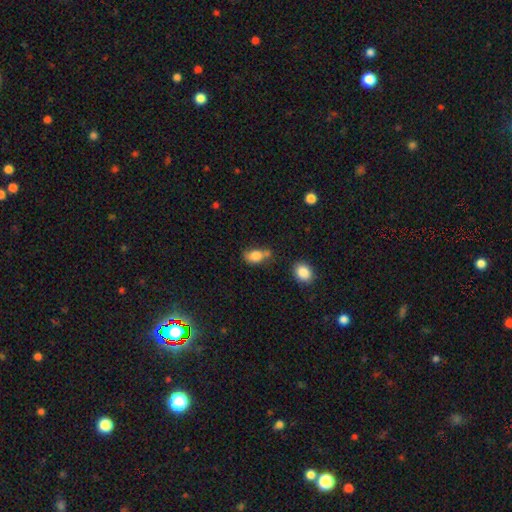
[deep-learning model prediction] Smooth or featured? Predicted: smooth (p=0.79). How rounded? Predicted: in between (p=0.77). Merging? Predicted: none (p=0.39).